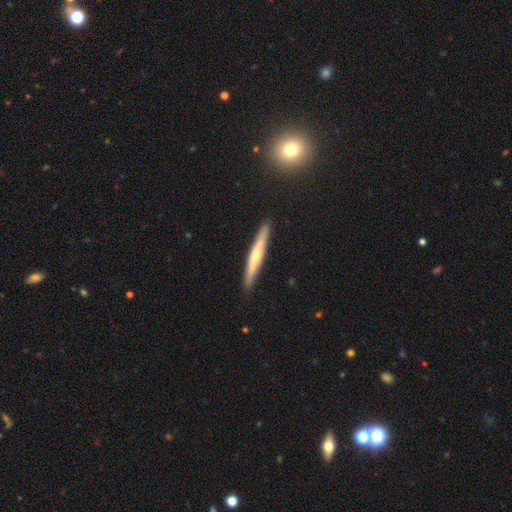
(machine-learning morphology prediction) featured or disk 67%, smooth 26%, star or artifact 7%. Down the decision tree: edge-on disk — yes (97%); edge-on bulge — rounded (76%); merging — none (90%).